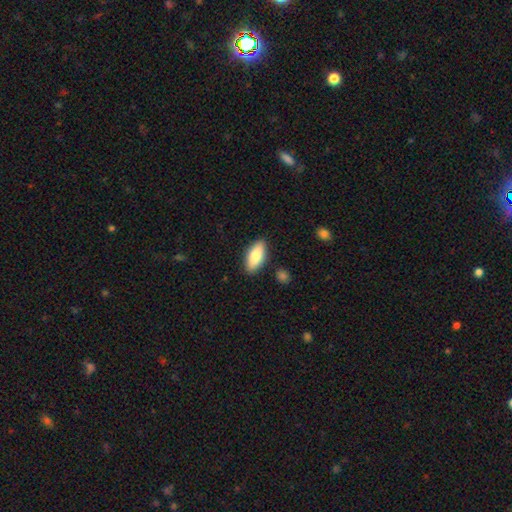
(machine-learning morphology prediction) Overall: smooth (83%). How rounded: in between (83%). Merging: none (86%).